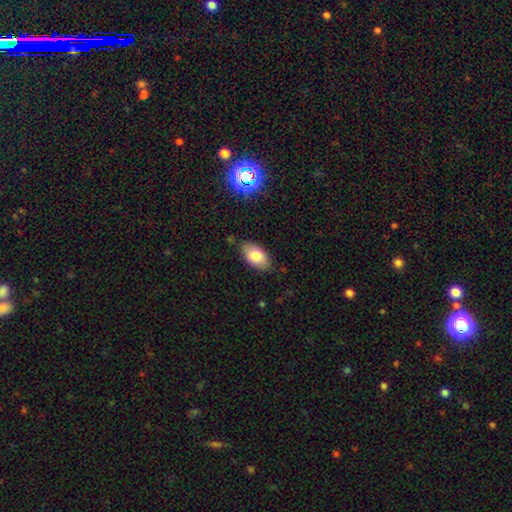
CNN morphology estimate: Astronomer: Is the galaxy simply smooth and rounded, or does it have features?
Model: smooth — 79%.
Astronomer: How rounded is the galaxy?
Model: in between — 94%.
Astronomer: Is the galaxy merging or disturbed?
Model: none — 83%.